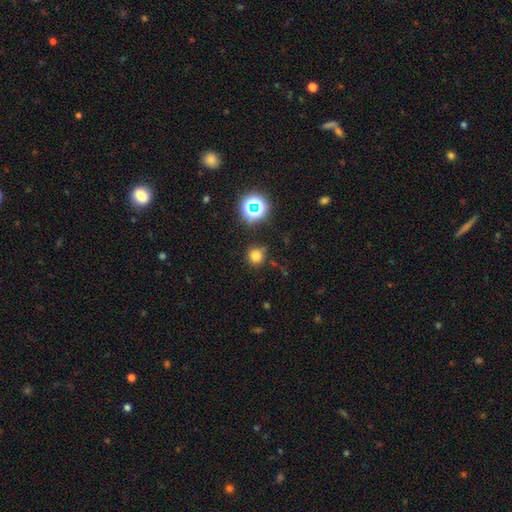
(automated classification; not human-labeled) A smooth galaxy with no disk features (73%) that is round (91%). Merging: none (77%).